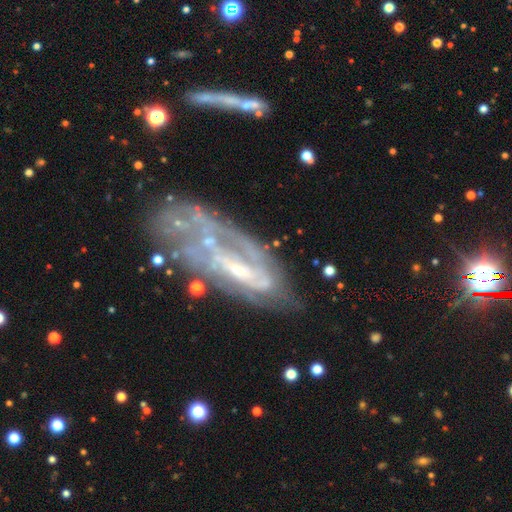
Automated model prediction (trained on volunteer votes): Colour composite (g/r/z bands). It shows a featured or disk galaxy (76%) with no bar (37%), tight (46%) spiral arms (77%) and a small central bulge (40%). Merging: none (51%).